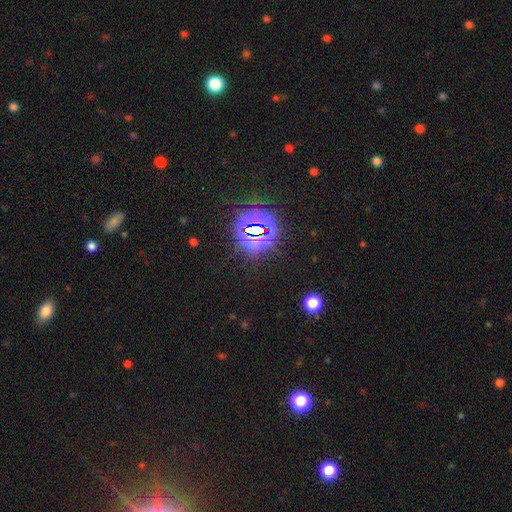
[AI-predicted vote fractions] A star or artifact, not a galaxy (85%).